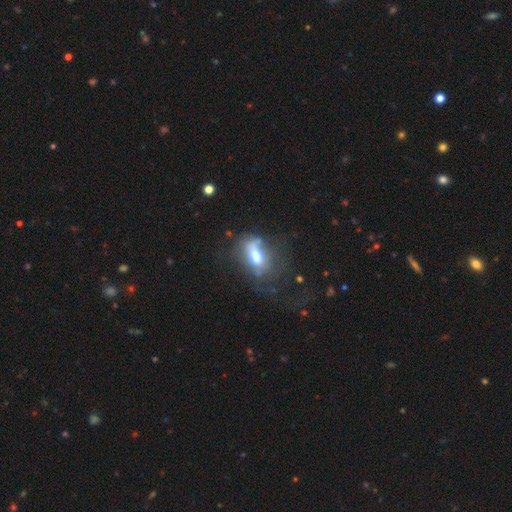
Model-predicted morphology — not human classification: Q: Smooth or featured?
A: smooth (54%); runner-up: featured or disk (35%)
Q: How rounded?
A: in between (82%); runner-up: round (11%)
Q: Merging?
A: none (38%); runner-up: major disturbance (32%)